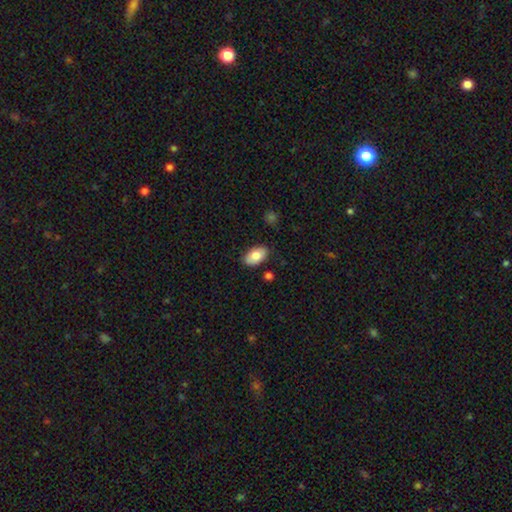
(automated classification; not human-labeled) The model was most divided on "smooth or featured": smooth: 82%, featured or disk: 11%, star or artifact: 6%. More confident: how rounded — in between (94%); merging — none (84%).